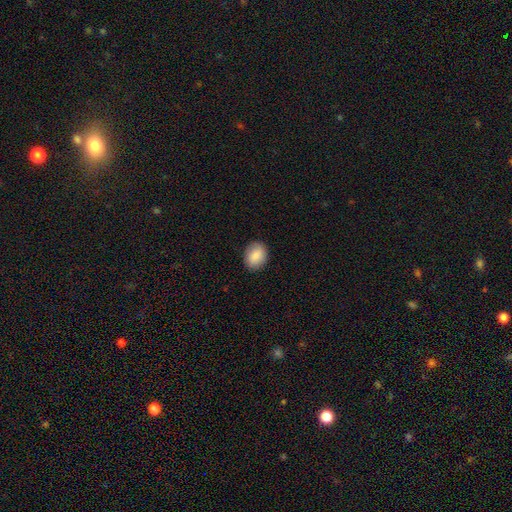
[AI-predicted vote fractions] Overall: smooth (86%). How rounded: in between (60%; round 39%). Merging: none (88%).